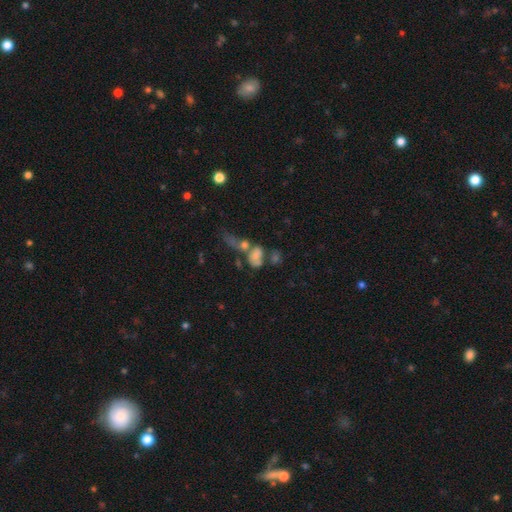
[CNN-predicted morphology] Overall: smooth (60%; featured or disk 24%). How rounded: in between (77%). Merging: merger (56%; major disturbance 17%).